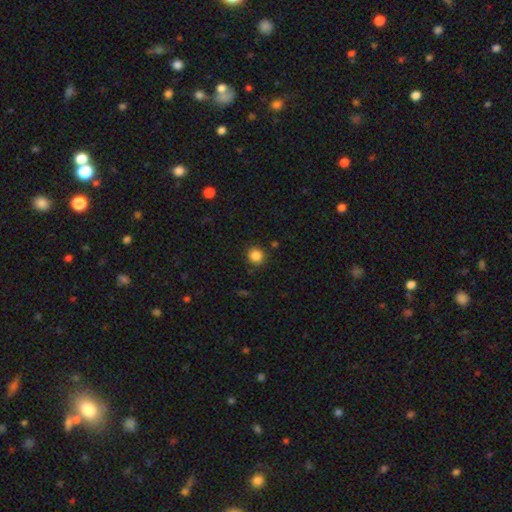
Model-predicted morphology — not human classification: A smooth galaxy with no disk features (86%) that is round (91%).

Vote fractions:
- Smooth or featured? smooth: 86% / star or artifact: 11% / featured or disk: 3%
- How rounded? round: 91% / in between: 8% / cigar-shaped: 1%
- Merging? none: 88% / minor disturbance: 8% / major disturbance: 2% / merger: 2%